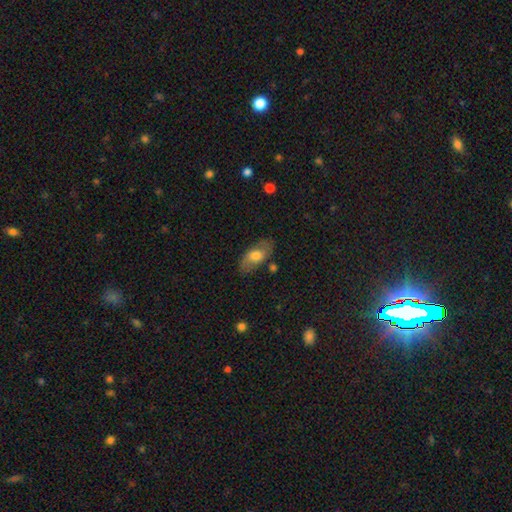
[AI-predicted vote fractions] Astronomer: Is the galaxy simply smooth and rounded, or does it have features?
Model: smooth — 65%.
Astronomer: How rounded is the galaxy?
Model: in between — 89%.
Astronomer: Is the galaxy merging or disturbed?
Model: none — 75%.